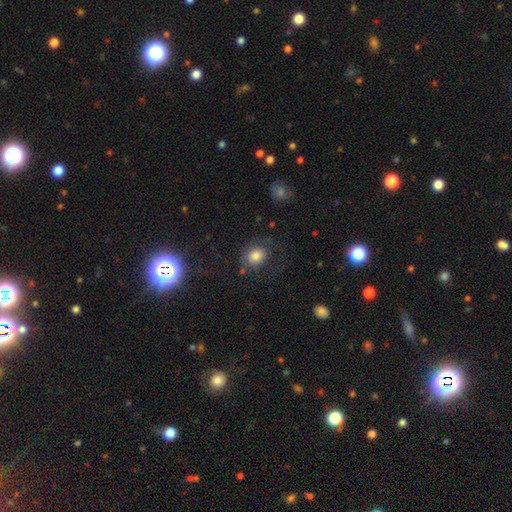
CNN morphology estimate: A smooth galaxy with no disk features (76%) that is round (58%).

Vote fractions:
- Smooth or featured? smooth: 76% / featured or disk: 13% / star or artifact: 11%
- How rounded? round: 58% / in between: 41% / cigar-shaped: 1%
- Merging? none: 62% / minor disturbance: 20% / major disturbance: 15% / merger: 3%